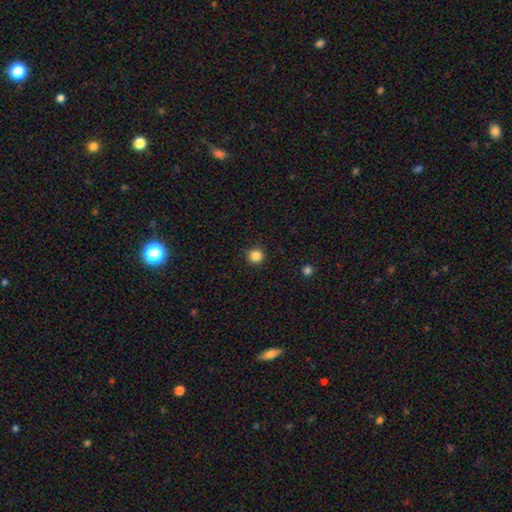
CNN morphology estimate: Smooth or featured? smooth (85%)
How rounded? round (94%)
Merging? none (91%)